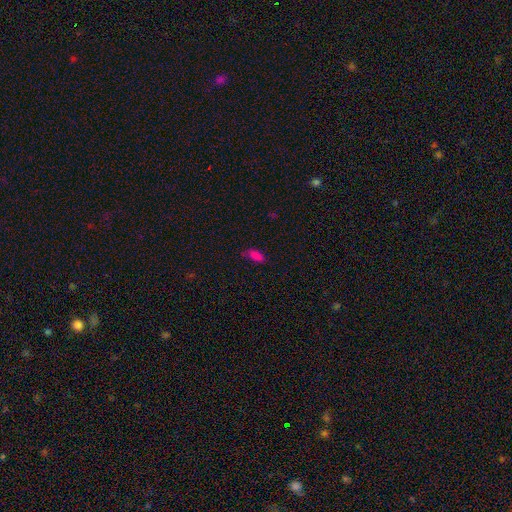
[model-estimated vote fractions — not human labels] This appears to be a smooth galaxy with no disk features (78%) that is in between round and cigar-shaped (83%). Merging: none (65%).